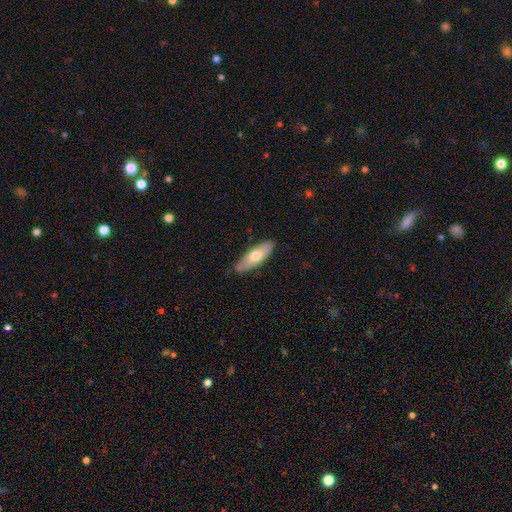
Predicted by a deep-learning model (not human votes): smooth-or-featured: smooth: 62% | featured or disk: 33% | star or artifact: 5%
  how-rounded: in between: 63% | cigar-shaped: 34% | round: 2%
  merging: none: 80% | minor disturbance: 17% | major disturbance: 3% | merger: 1%